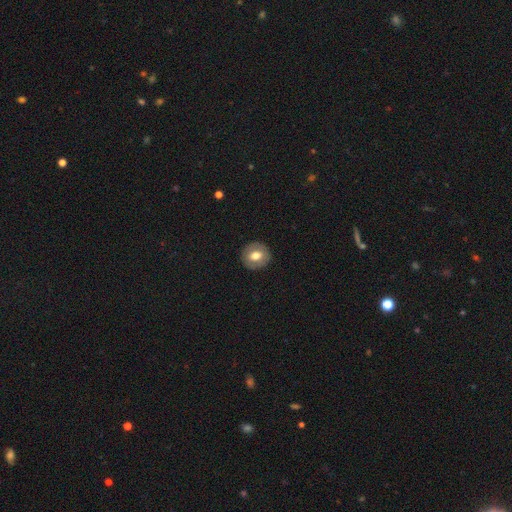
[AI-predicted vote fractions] This appears to be a smooth galaxy with no disk features (61%) that is round (85%). Merging: none (90%).